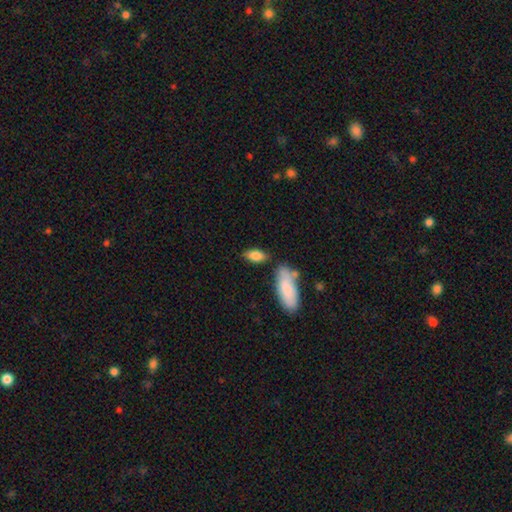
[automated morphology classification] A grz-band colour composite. It shows a smooth galaxy with no disk features (83%) that is in between round and cigar-shaped (83%). Merging: none (71%).